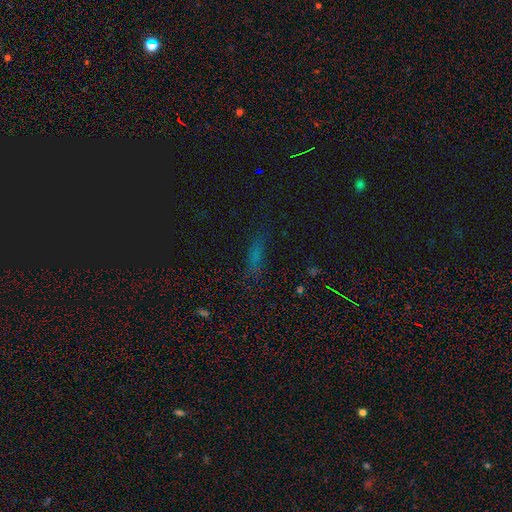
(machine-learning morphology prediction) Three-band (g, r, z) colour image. It shows a smooth galaxy with no disk features (58%) that is cigar-shaped (66%). Merging: none (77%).